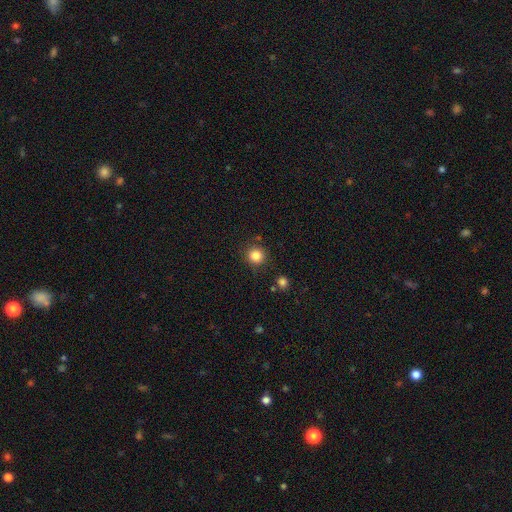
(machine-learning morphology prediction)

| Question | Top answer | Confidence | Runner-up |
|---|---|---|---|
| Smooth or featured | smooth | 84% | star or artifact (11%) |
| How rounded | round | 92% | in between (7%) |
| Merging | none | 86% | minor disturbance (8%) |